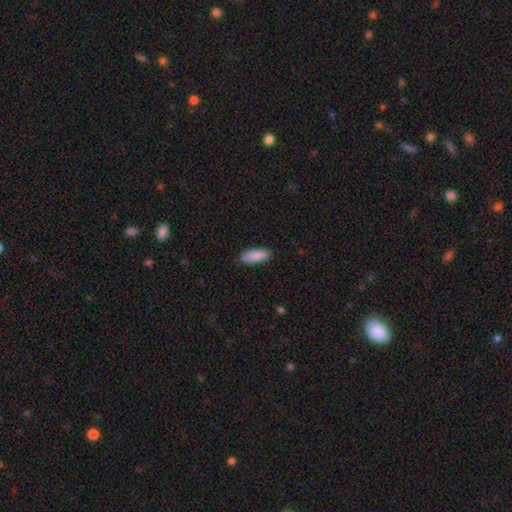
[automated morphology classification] smooth_or_featured: smooth (p=0.89) [alt: star or artifact p=0.06]
how_rounded: in between (p=0.78) [alt: cigar-shaped p=0.21]
merging: none (p=0.86) [alt: minor disturbance p=0.11]